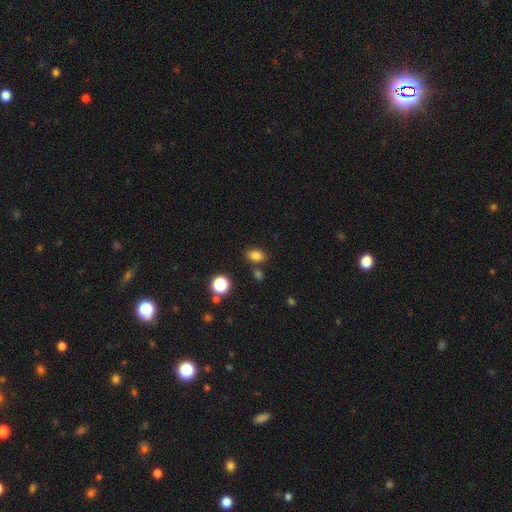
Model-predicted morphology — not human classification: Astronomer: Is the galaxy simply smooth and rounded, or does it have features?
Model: smooth — 81%.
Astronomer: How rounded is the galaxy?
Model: in between — 74%.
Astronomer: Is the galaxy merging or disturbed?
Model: none — 78%.